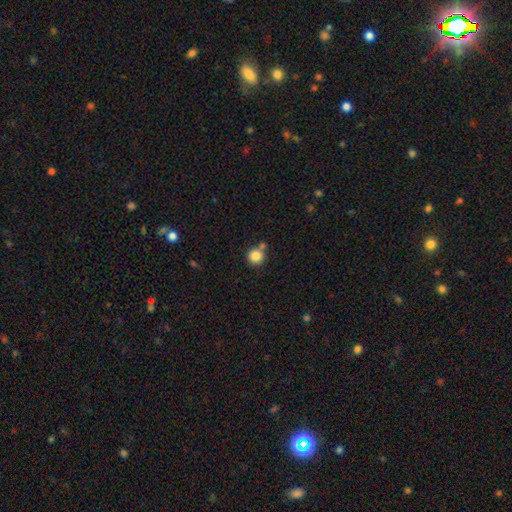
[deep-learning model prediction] smooth_or_featured: smooth (p=0.85) [alt: star or artifact p=0.10]
how_rounded: round (p=0.91) [alt: in between p=0.08]
merging: none (p=0.65) [alt: merger p=0.21]